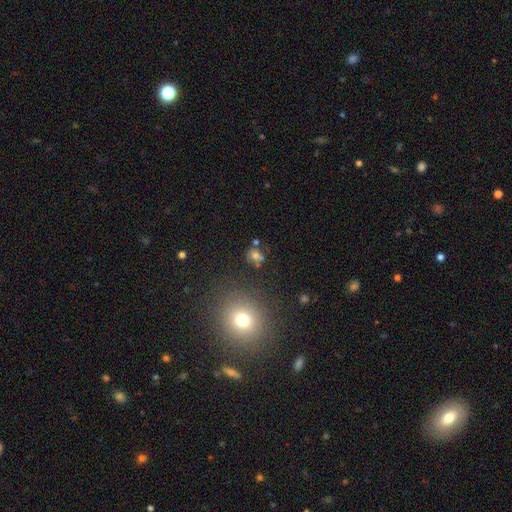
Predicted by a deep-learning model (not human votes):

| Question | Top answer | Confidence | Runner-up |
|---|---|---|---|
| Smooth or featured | smooth | 66% | star or artifact (20%) |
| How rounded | round | 74% | in between (25%) |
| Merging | none | 66% | merger (15%) |